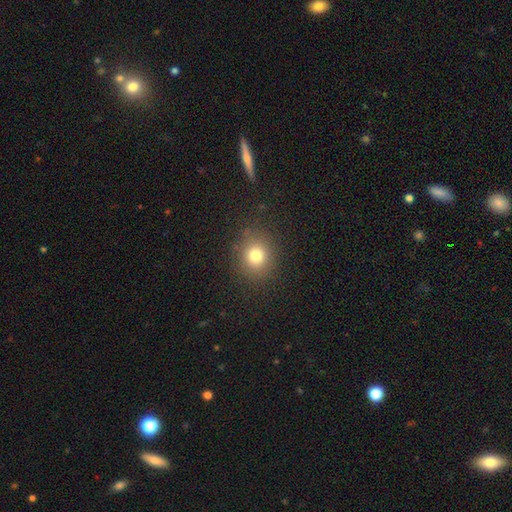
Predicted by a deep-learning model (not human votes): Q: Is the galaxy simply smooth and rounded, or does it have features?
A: smooth — 77%.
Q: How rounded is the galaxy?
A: round — 78%.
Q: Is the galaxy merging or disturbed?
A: none — 86%.